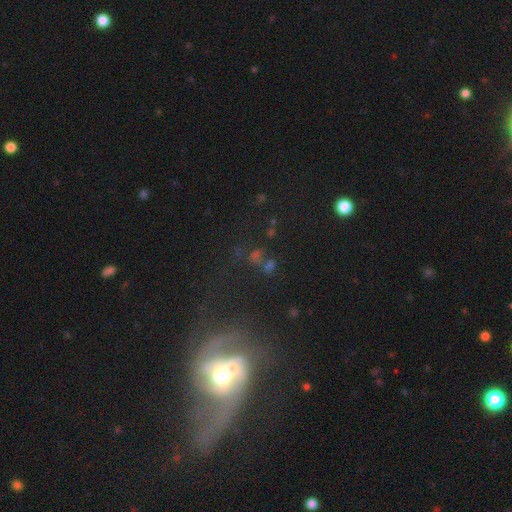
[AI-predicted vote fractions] This appears to be a star or artifact, not a galaxy (42%).